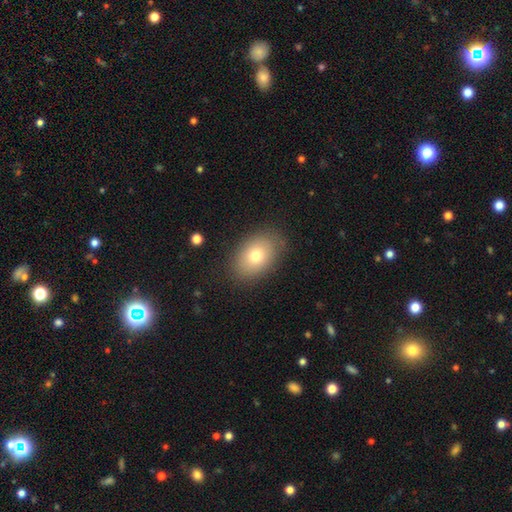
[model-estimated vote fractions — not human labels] Smooth or featured? smooth (74%)
How rounded? in between (81%)
Merging? none (84%)